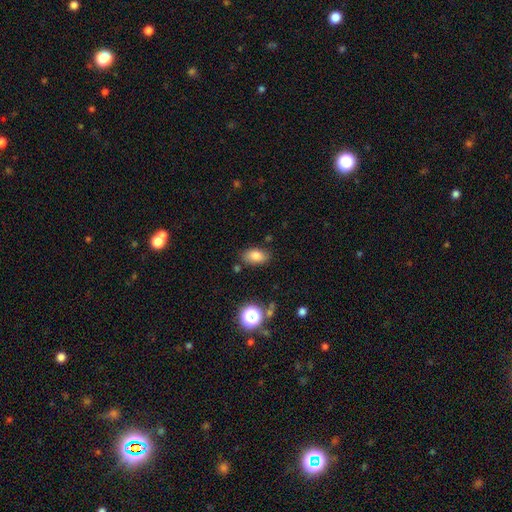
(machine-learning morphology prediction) A smooth galaxy with no disk features (80%) that is in between round and cigar-shaped (89%). Merging: none (80%).